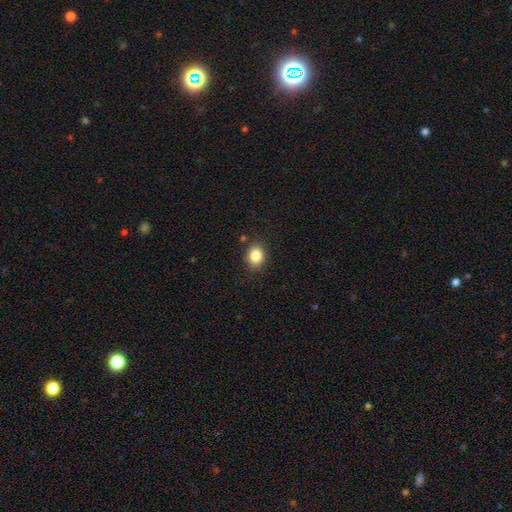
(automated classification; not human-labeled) smooth 84%, star or artifact 10%, featured or disk 5%. Down the decision tree: how rounded — round (59%); merging — none (85%).